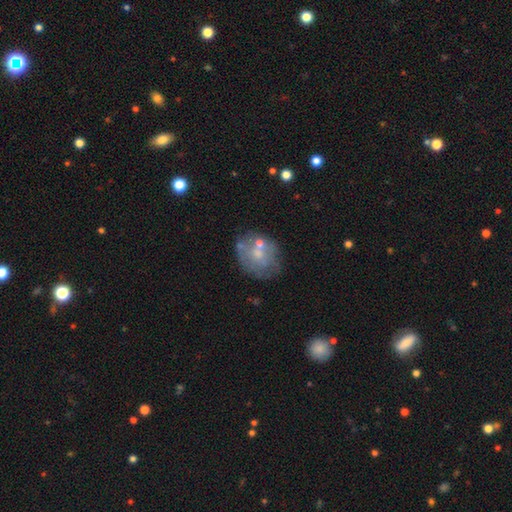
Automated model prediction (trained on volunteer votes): featured or disk 49%, smooth 39%, star or artifact 13%. Down the decision tree: merging — none (59%).